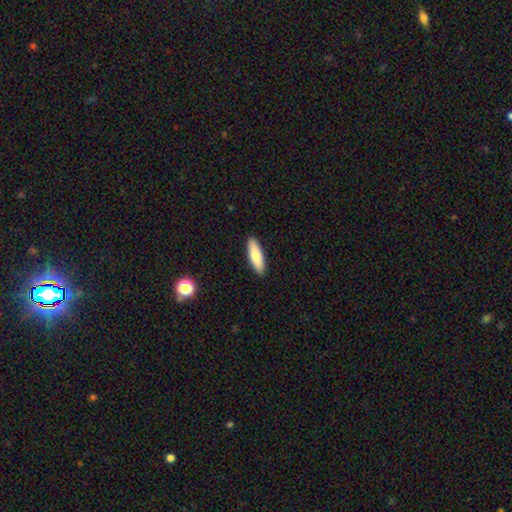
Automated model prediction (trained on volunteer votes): smooth 76%, featured or disk 18%, star or artifact 6%. Down the decision tree: how rounded — cigar-shaped (52%); merging — none (91%).